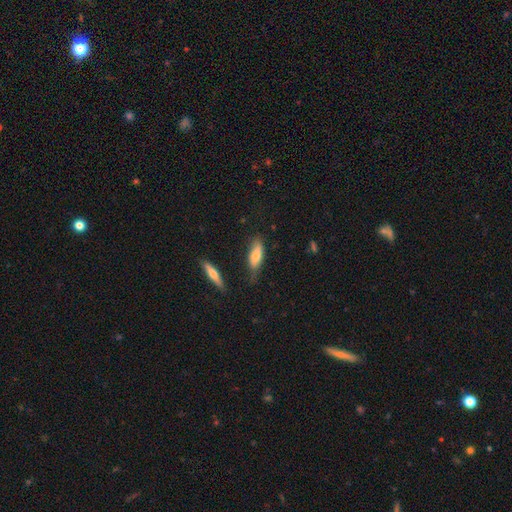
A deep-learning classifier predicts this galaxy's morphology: Smooth or featured?
  - smooth: 72% *
  - featured or disk: 21%
  - star or artifact: 7%
How rounded?
  - in between: 58% *
  - cigar-shaped: 40%
  - round: 2%
Merging?
  - none: 57% *
  - minor disturbance: 31%
  - major disturbance: 8%
  - merger: 4%